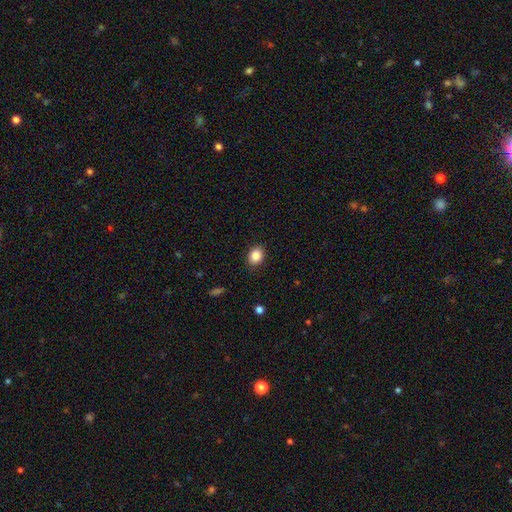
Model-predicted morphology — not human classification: smooth_or_featured: smooth (p=0.86) [alt: star or artifact p=0.09]
how_rounded: in between (p=0.52) [alt: round p=0.47]
merging: none (p=0.88) [alt: minor disturbance p=0.09]